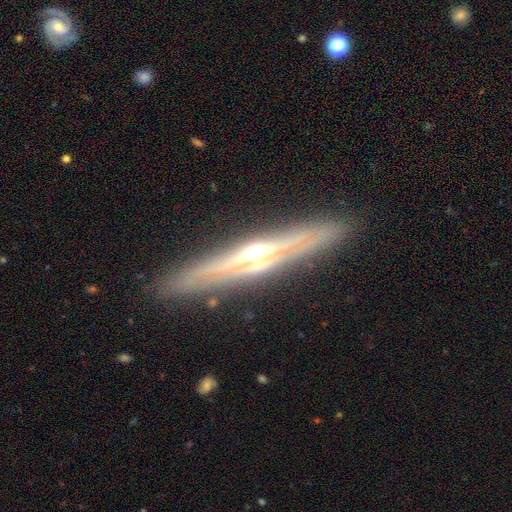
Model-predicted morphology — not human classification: Smooth or featured?
  - featured or disk: 80% *
  - smooth: 14%
  - star or artifact: 6%
Edge-on disk?
  - yes: 96% *
  - no: 4%
Edge-on bulge?
  - rounded: 92% *
  - none: 4%
  - boxy: 4%
Merging?
  - none: 89% *
  - minor disturbance: 7%
  - major disturbance: 2%
  - merger: 1%